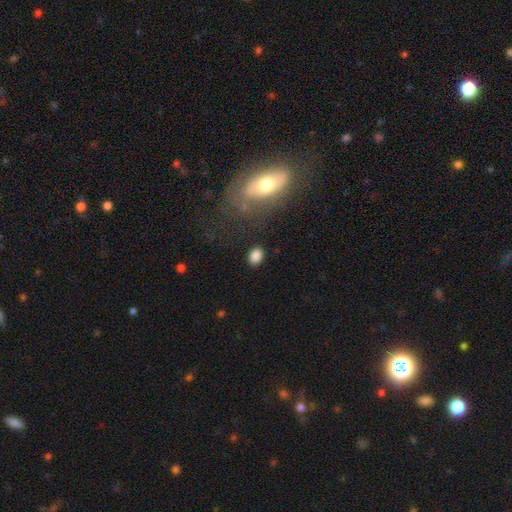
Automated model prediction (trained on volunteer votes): Overall: smooth (85%). How rounded: in between (70%). Merging: none (87%).